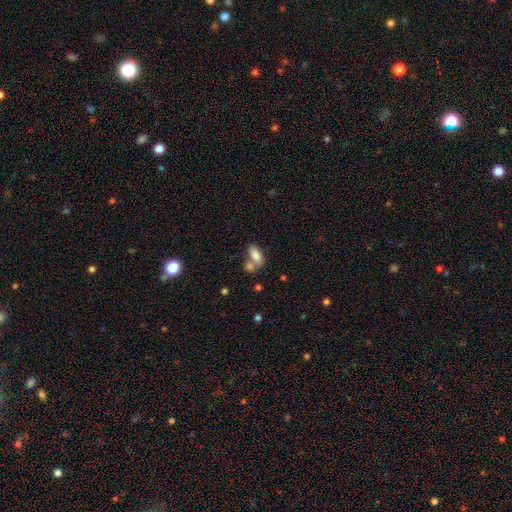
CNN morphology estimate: Smooth or featured? Predicted: smooth (p=0.81). How rounded? Predicted: in between (p=0.88). Merging? Predicted: none (p=0.43).